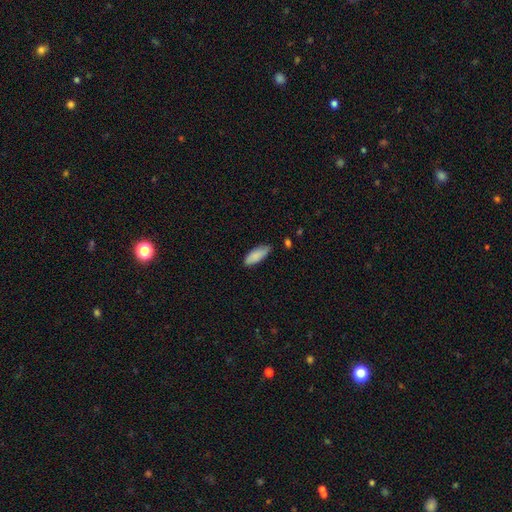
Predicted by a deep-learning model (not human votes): This appears to be a smooth galaxy with no disk features (88%) that is in between round and cigar-shaped (72%). Merging: none (75%).